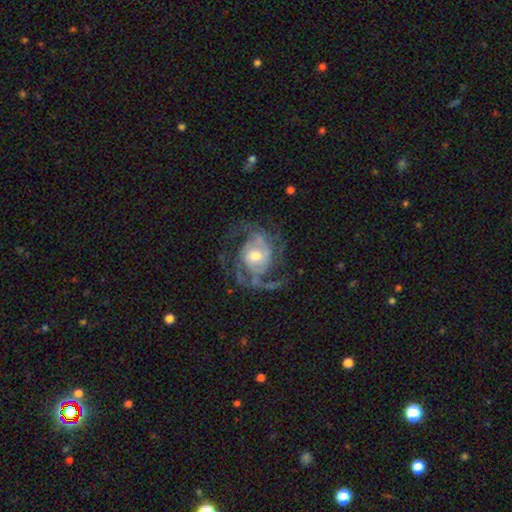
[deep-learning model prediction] Overall: featured or disk (88%). Edge-on disk: no (98%). Bar: no (63%; weak 29%). Spiral arms: yes (95%). Spiral arm count: 2 (46%; 3 25%). Spiral winding: medium (48%; tight 32%). Bulge size: moderate (63%; small 26%). Merging: none (62%).